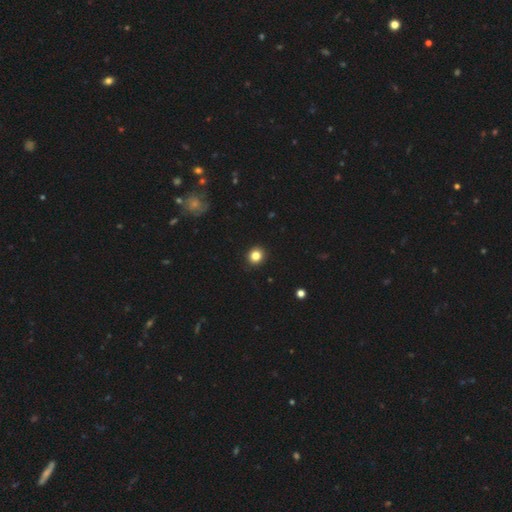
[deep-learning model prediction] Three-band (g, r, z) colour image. It shows a smooth galaxy with no disk features (84%) that is round (89%). Merging: none (93%).